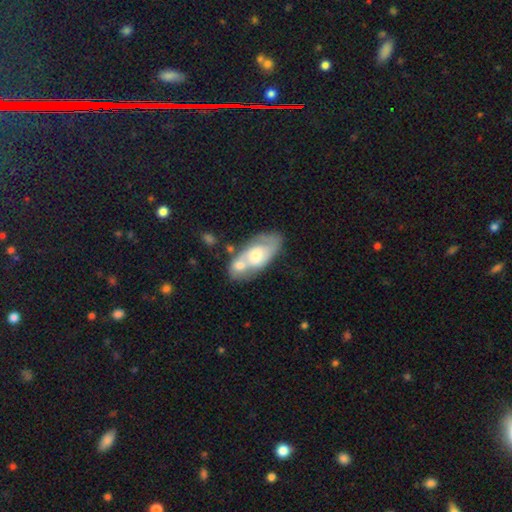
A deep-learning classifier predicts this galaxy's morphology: Smooth or featured? featured or disk (55%)
Edge-on disk? no (92%)
Bar? no (73%)
Spiral arms? yes (61%)
Bulge size? moderate (63%)
Merging? merger (47%)